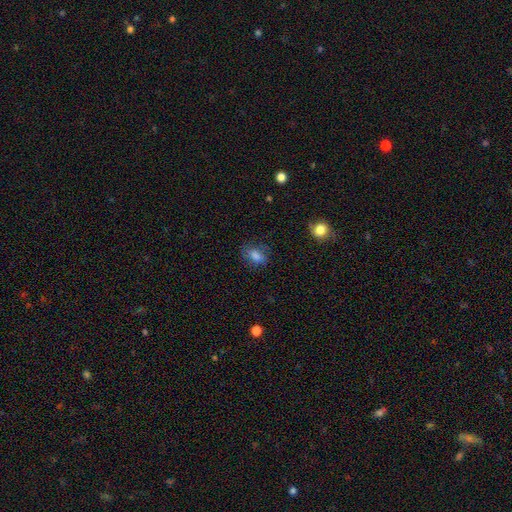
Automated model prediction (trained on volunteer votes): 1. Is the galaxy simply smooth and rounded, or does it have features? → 76% smooth, 12% star or artifact, 12% featured or disk.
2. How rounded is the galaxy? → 76% in between, 21% round, 3% cigar-shaped.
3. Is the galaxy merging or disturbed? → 70% none, 20% minor disturbance, 8% major disturbance, 2% merger.